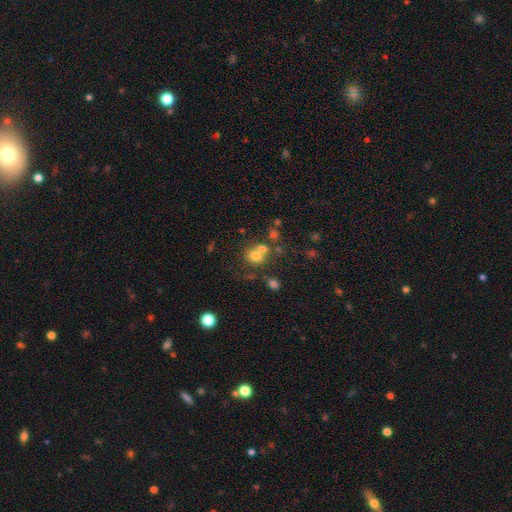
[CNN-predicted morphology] Overall: smooth (69%). How rounded: round (68%; in between 31%). Merging: merger (43%; none 40%).